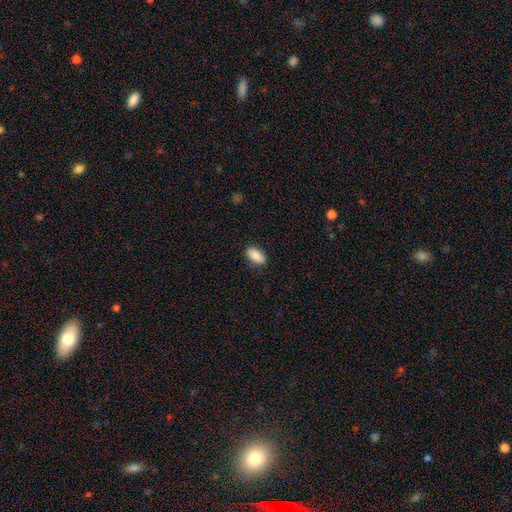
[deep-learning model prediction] The model was most divided on "merging": none: 88%, minor disturbance: 9%, major disturbance: 2%, merger: 1%. More confident: how rounded — in between (92%); smooth or featured — smooth (87%).